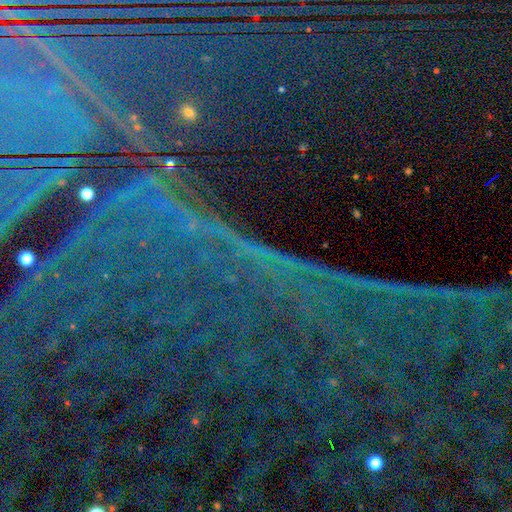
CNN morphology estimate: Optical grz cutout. It shows a star or artifact, not a galaxy (88%).